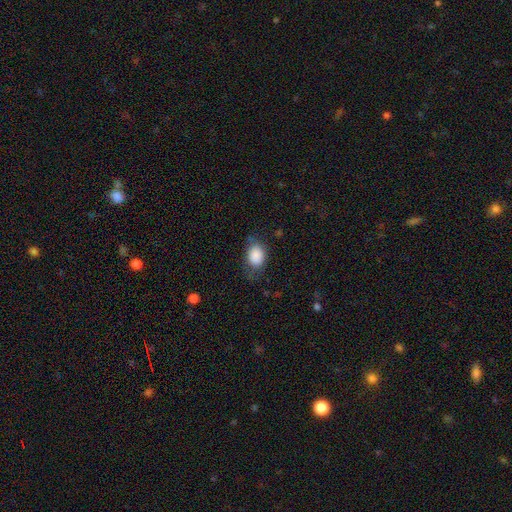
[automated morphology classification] Smooth or featured?
  - smooth: 86% *
  - star or artifact: 8%
  - featured or disk: 6%
How rounded?
  - in between: 70% *
  - round: 29%
  - cigar-shaped: 1%
Merging?
  - none: 62% *
  - minor disturbance: 27%
  - major disturbance: 10%
  - merger: 2%